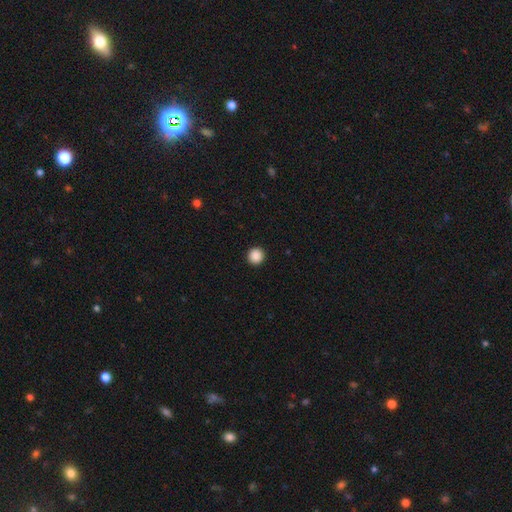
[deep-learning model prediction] smooth_or_featured: smooth (p=0.89) [alt: star or artifact p=0.09]
how_rounded: round (p=0.95) [alt: in between p=0.04]
merging: none (p=0.94) [alt: minor disturbance p=0.04]